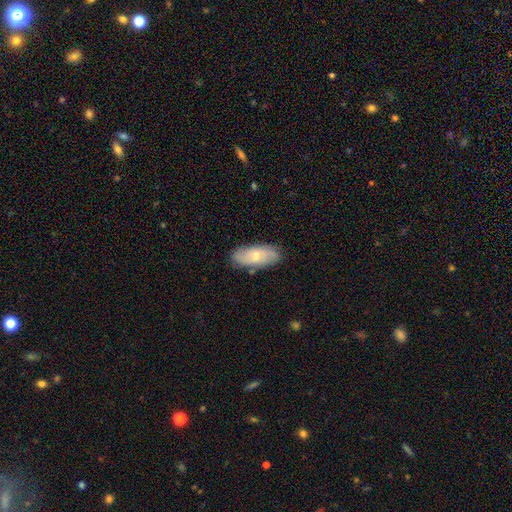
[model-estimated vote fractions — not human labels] This appears to be a smooth galaxy with no disk features (55%) that is in between round and cigar-shaped (82%). Merging: none (81%).